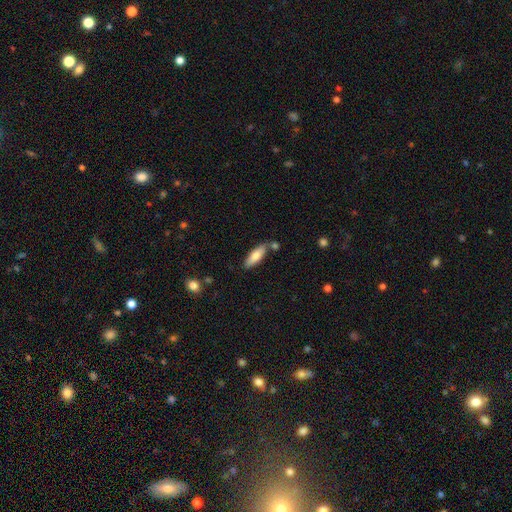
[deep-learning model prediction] A smooth galaxy with no disk features (77%) that is in between round and cigar-shaped (51%).

Vote fractions:
- Smooth or featured? smooth: 77% / featured or disk: 17% / star or artifact: 6%
- How rounded? in between: 51% / cigar-shaped: 47% / round: 2%
- Merging? none: 72% / minor disturbance: 15% / merger: 10% / major disturbance: 3%